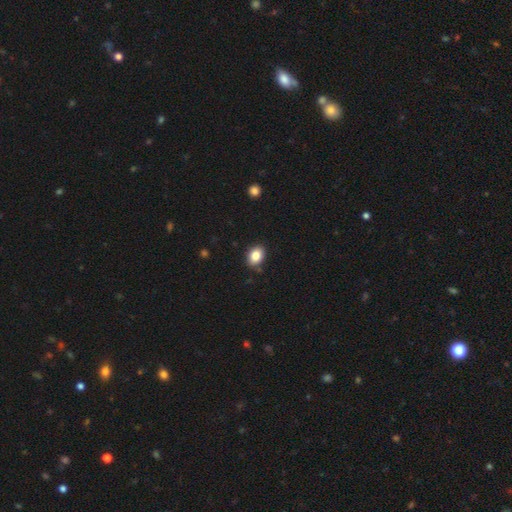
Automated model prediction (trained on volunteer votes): The model was most divided on "how rounded": in between: 72%, round: 27%, cigar-shaped: 1%. More confident: merging — none (86%); smooth or featured — smooth (85%).